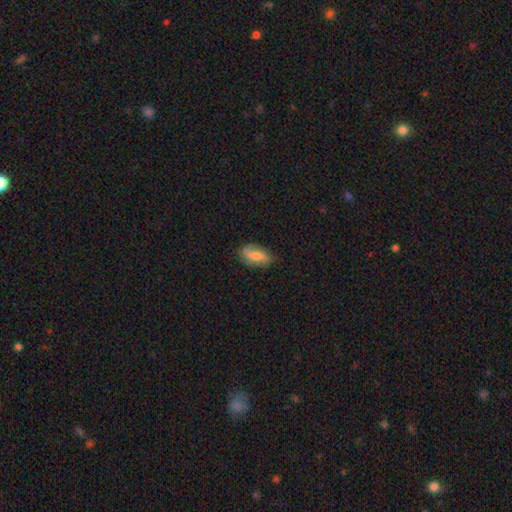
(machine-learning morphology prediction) type=smooth (60%); roundness=in between (85%); merging=none (76%).